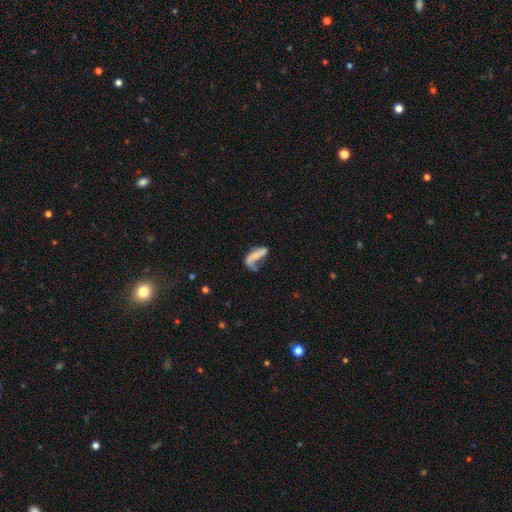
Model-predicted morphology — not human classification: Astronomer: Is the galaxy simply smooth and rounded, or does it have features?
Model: featured or disk — 49% (runner-up: smooth, 41%).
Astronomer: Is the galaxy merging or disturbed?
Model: major disturbance — 41% (runner-up: none, 28%).